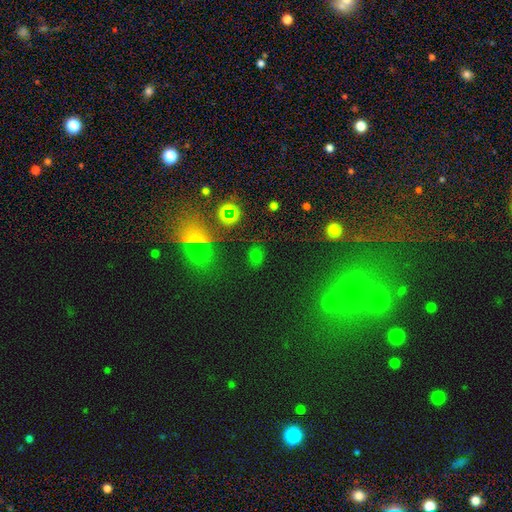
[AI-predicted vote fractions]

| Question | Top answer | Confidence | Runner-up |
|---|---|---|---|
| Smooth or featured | star or artifact | 47% | smooth (46%) |